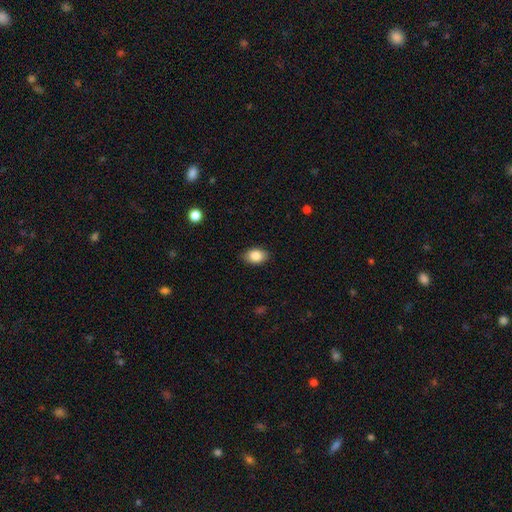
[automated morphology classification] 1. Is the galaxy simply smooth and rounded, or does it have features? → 86% smooth, 8% star or artifact, 6% featured or disk.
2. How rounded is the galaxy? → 80% in between, 19% round, 1% cigar-shaped.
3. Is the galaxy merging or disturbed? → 86% none, 10% minor disturbance, 2% major disturbance, 1% merger.